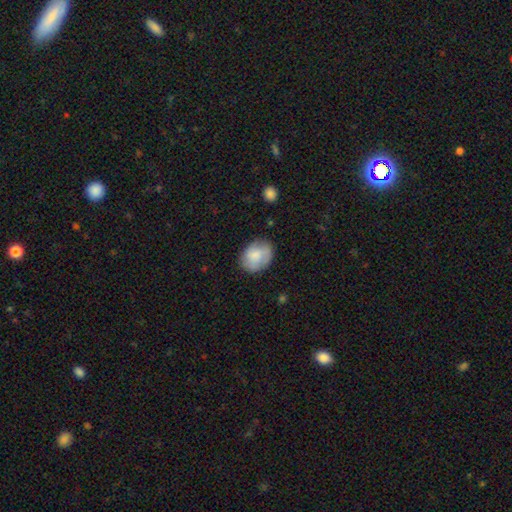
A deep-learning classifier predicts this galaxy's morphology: Smooth or featured: smooth — 78% (featured or disk — 16%)
How rounded: in between — 64% (round — 35%)
Merging: none — 72% (minor disturbance — 21%)